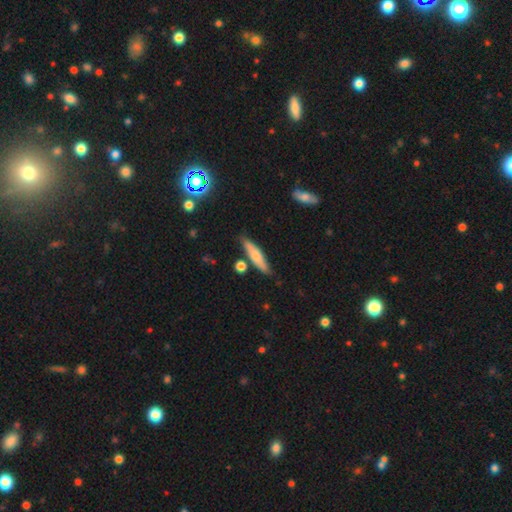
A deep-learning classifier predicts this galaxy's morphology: smooth 63%, featured or disk 30%, star or artifact 6%. Down the decision tree: how rounded — cigar-shaped (78%); merging — none (78%).